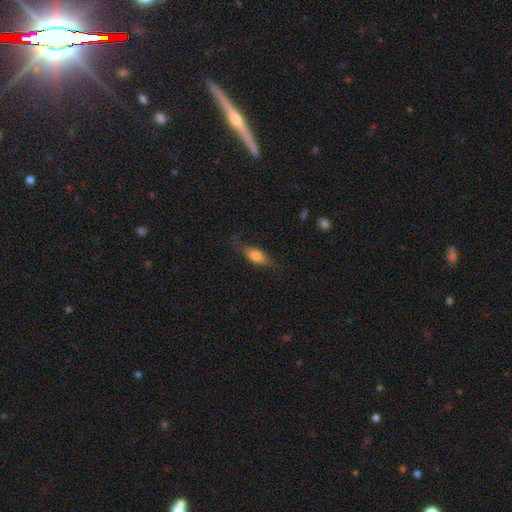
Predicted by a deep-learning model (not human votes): smooth 64%, featured or disk 29%, star or artifact 7%. Down the decision tree: how rounded — in between (61%); merging — none (70%).